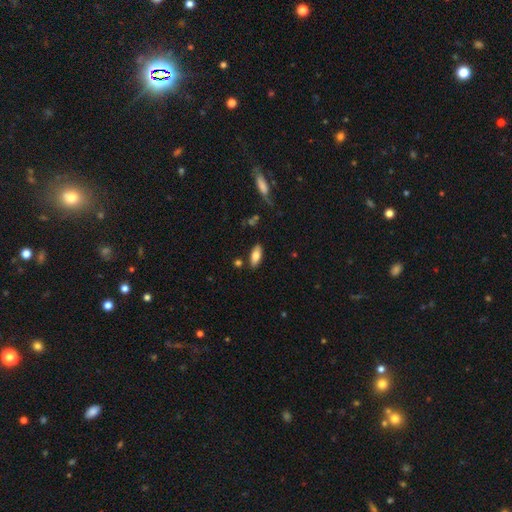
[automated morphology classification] A smooth galaxy with no disk features (77%) that is in between round and cigar-shaped (83%).

Vote fractions:
- Smooth or featured? smooth: 77% / featured or disk: 16% / star or artifact: 7%
- How rounded? in between: 83% / cigar-shaped: 15% / round: 2%
- Merging? none: 84% / minor disturbance: 10% / merger: 3% / major disturbance: 2%